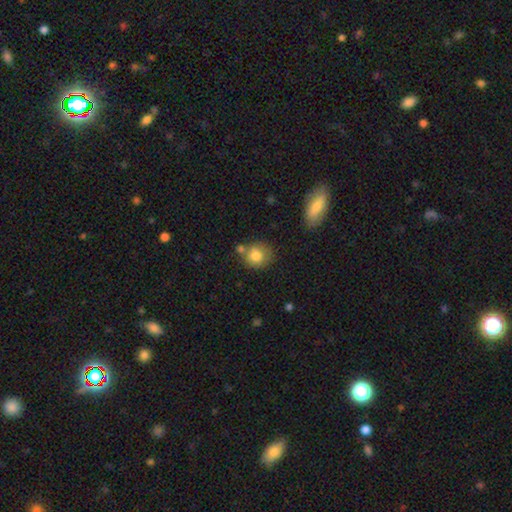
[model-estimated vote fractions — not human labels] This is clearly a smooth galaxy (81%). How rounded: clearly round (81%). Merging: likely none (60%).